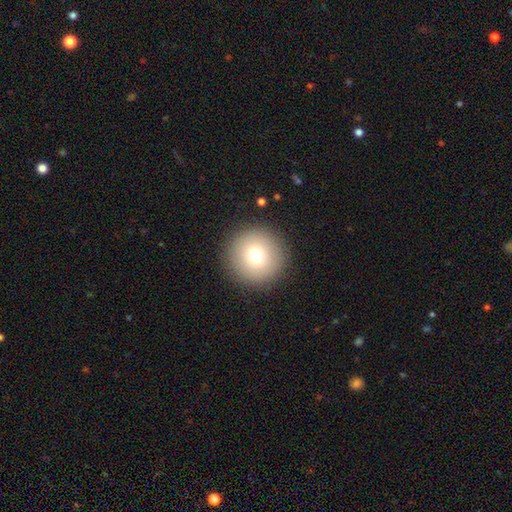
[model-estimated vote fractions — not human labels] A smooth galaxy with no disk features (75%) that is round (96%). Merging: none (92%).